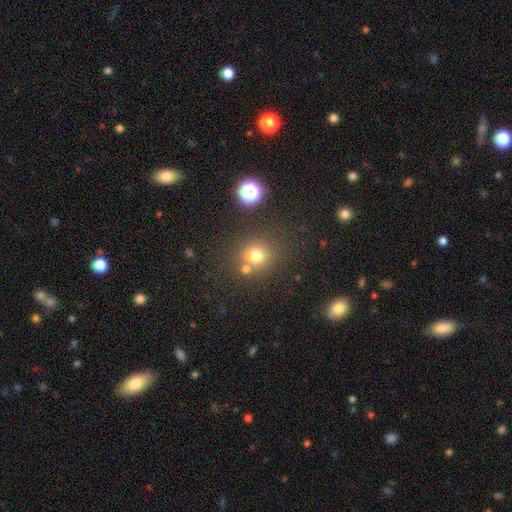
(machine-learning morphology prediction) Smooth or featured? smooth (67%)
How rounded? round (85%)
Merging? none (55%)